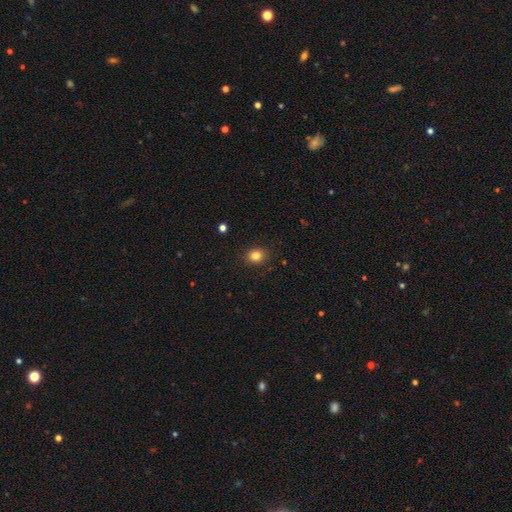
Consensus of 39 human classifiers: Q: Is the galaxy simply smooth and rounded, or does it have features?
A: smooth — 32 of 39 (82%).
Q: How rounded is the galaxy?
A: round — 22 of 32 (69%).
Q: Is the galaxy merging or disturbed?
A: none — 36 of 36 (100%).